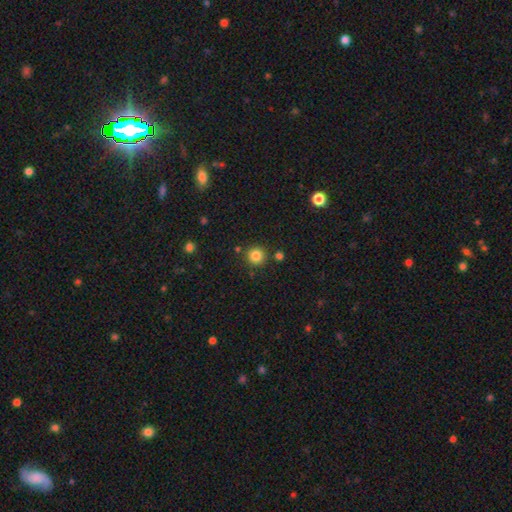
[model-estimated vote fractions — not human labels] Smooth or featured: smooth — 84% (star or artifact — 12%)
How rounded: round — 95% (in between — 4%)
Merging: none — 87% (minor disturbance — 6%)